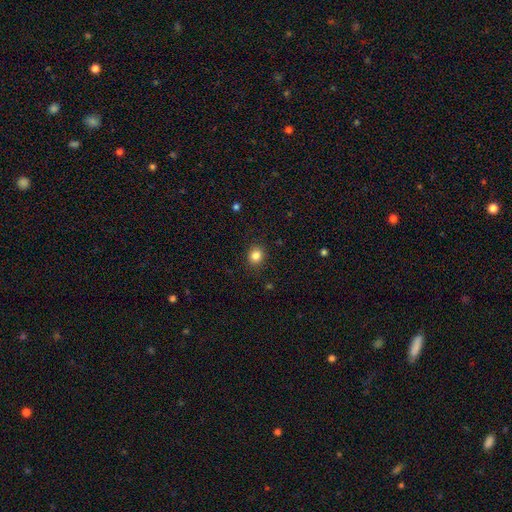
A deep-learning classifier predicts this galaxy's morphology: Q: Smooth or featured?
A: smooth (84%); runner-up: star or artifact (11%)
Q: How rounded?
A: round (75%); runner-up: in between (24%)
Q: Merging?
A: none (89%); runner-up: minor disturbance (8%)